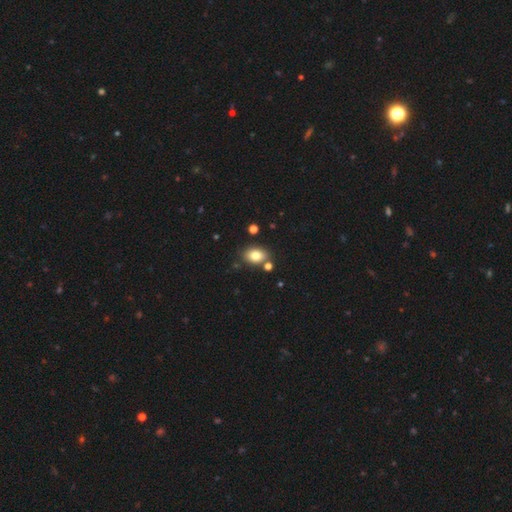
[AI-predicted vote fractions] Smooth or featured? Predicted: smooth (p=0.81). How rounded? Predicted: in between (p=0.73). Merging? Predicted: none (p=0.77).